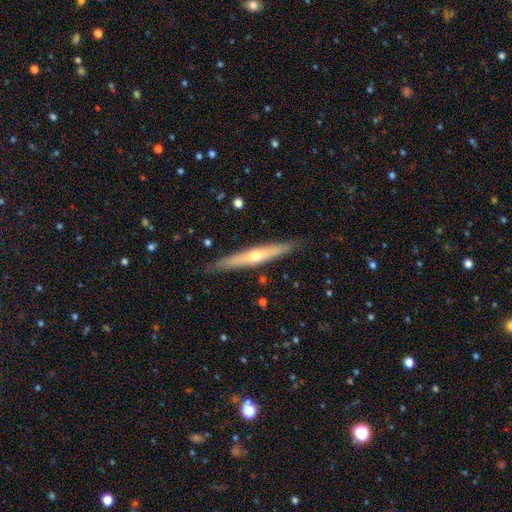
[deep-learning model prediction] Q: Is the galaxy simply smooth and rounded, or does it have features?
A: featured or disk — 63%.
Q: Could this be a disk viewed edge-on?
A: yes — 93%.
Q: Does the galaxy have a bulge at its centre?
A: rounded — 80%.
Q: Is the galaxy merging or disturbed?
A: none — 88%.